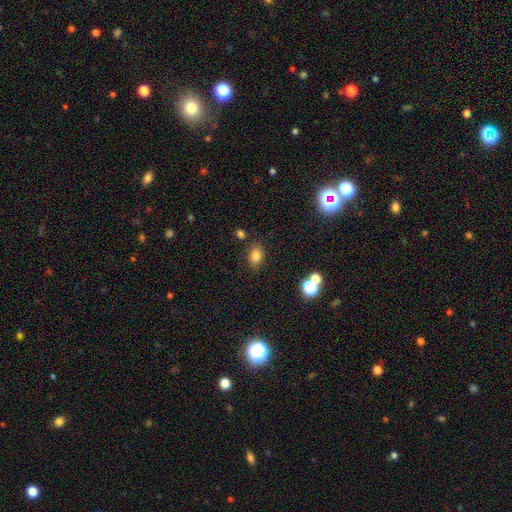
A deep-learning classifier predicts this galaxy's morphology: The model was most divided on "how rounded": in between: 73%, round: 25%, cigar-shaped: 1%. More confident: merging — none (82%); smooth or featured — smooth (81%).